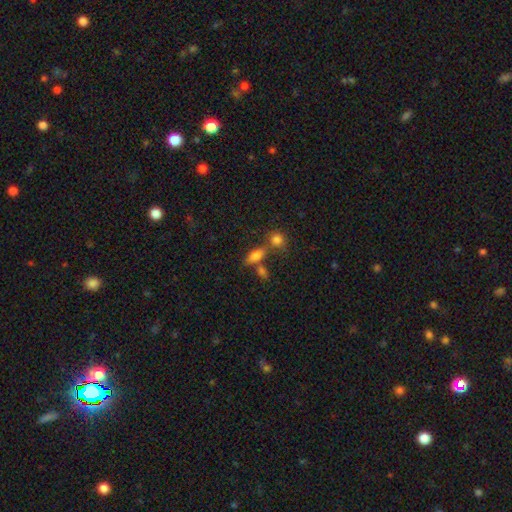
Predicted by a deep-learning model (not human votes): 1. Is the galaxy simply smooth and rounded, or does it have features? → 75% smooth, 14% featured or disk, 11% star or artifact.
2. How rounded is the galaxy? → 70% in between, 23% cigar-shaped, 7% round.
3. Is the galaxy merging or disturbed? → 53% none, 29% merger, 13% minor disturbance, 6% major disturbance.